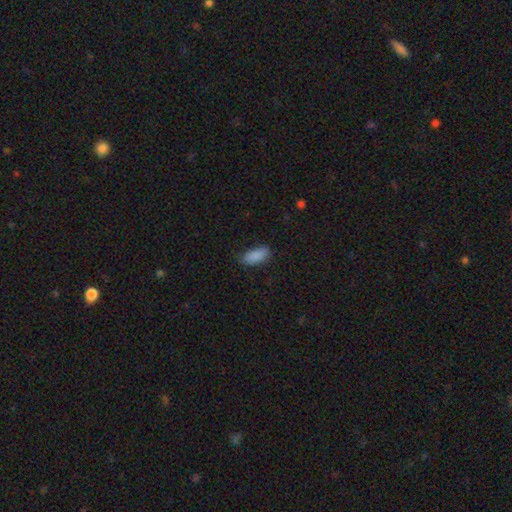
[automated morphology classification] Smooth or featured? Predicted: smooth (p=0.86). How rounded? Predicted: in between (p=0.87). Merging? Predicted: none (p=0.66).